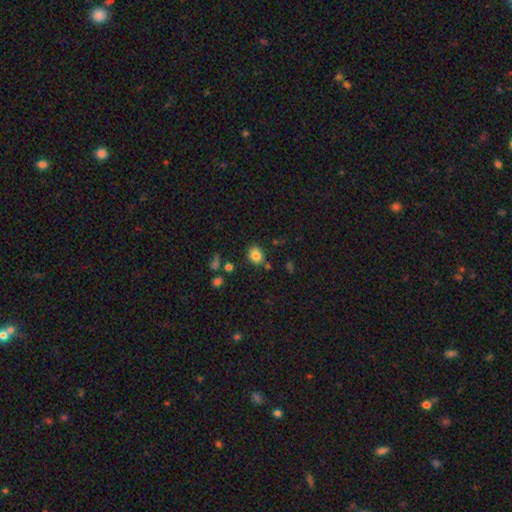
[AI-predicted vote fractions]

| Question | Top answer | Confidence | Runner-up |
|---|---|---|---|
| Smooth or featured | smooth | 81% | star or artifact (11%) |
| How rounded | in between | 54% | round (45%) |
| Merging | none | 76% | minor disturbance (14%) |